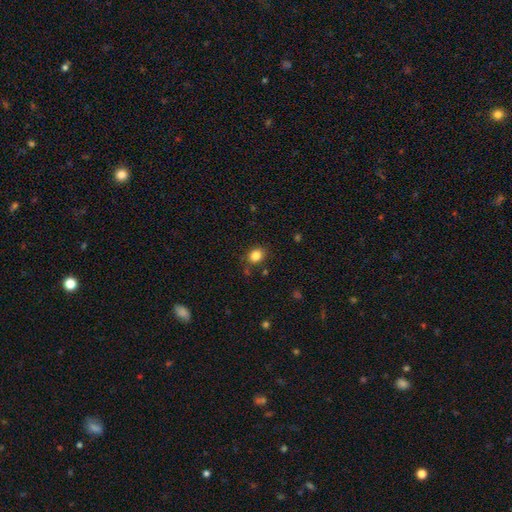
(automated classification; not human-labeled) This appears to be a smooth galaxy with no disk features (84%) that is round (57%). Merging: none (81%).